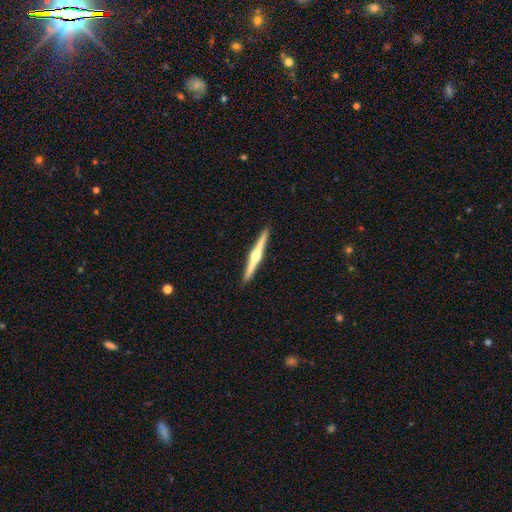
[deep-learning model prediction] A featured or disk galaxy (79%) viewed edge-on (99%) with a rounded central bulge (94%). Merging: none (93%).